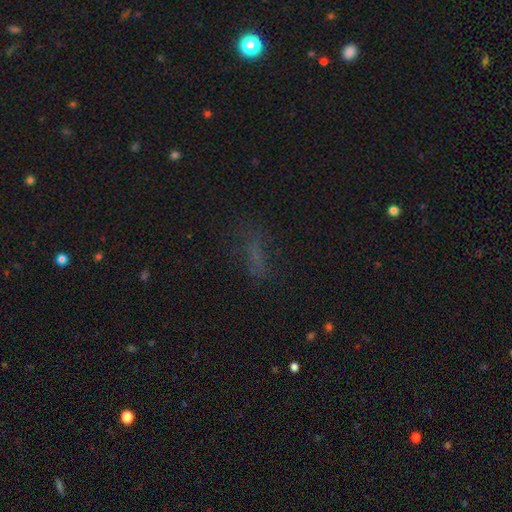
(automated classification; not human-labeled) smooth 54%, star or artifact 29%, featured or disk 17%. Down the decision tree: how rounded — in between (54%); merging — none (60%).